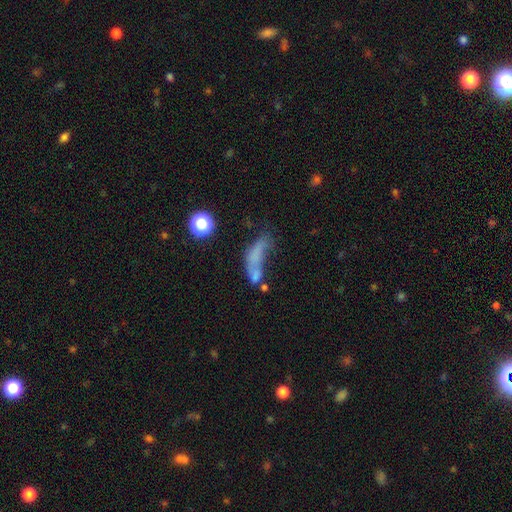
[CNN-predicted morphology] Smooth or featured: smooth — 53% (featured or disk — 30%)
How rounded: in between — 58% (cigar-shaped — 34%)
Merging: major disturbance — 33% (merger — 27%)